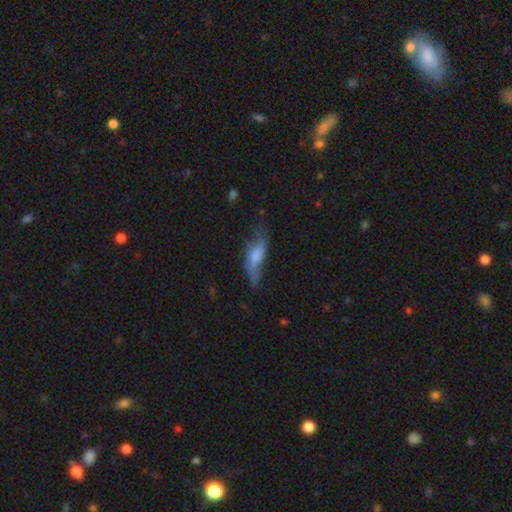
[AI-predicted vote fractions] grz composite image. It shows a smooth galaxy with no disk features (56%) that is in between round and cigar-shaped (63%). Merging: none (36%).